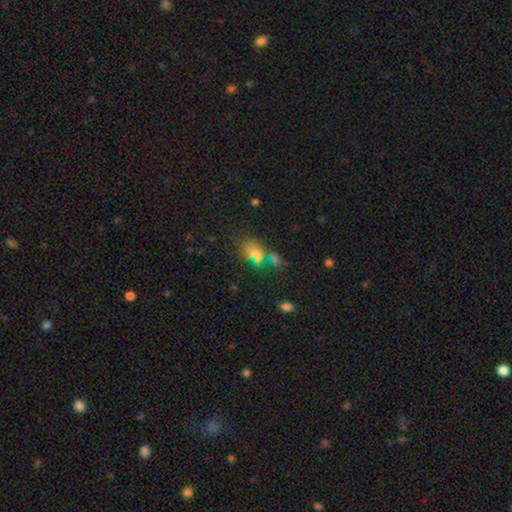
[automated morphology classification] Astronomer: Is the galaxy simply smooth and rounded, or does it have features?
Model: smooth — 59%.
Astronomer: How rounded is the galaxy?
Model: in between — 69%.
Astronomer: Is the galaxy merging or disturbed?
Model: none — 53%.